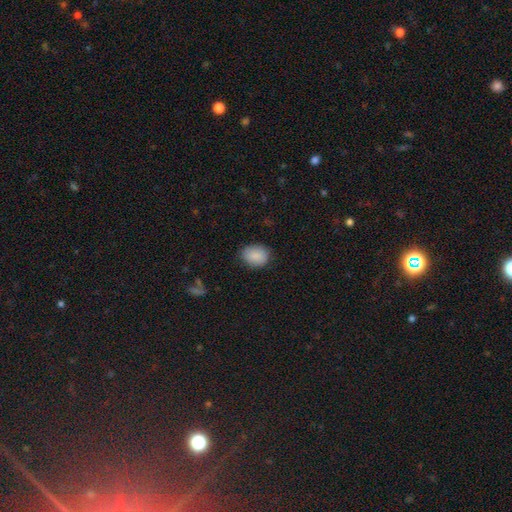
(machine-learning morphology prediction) type=smooth (88%); roundness=in between (53%); merging=none (83%).